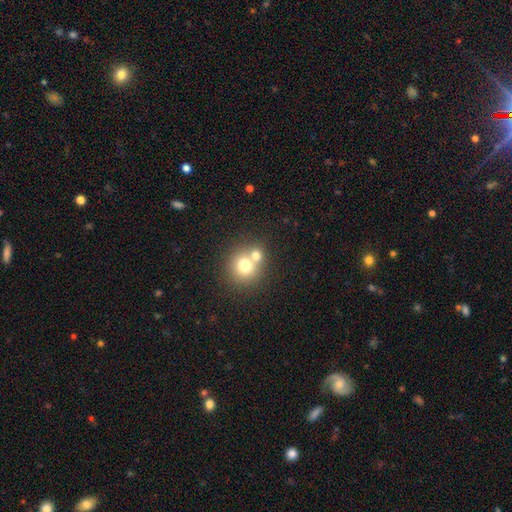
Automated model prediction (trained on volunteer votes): Smooth or featured: smooth — 72% (featured or disk — 16%)
How rounded: round — 86% (in between — 13%)
Merging: merger — 47% (none — 44%)